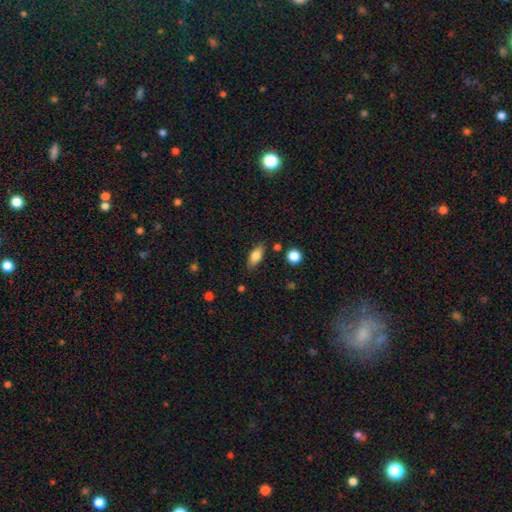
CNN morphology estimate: A smooth galaxy with no disk features (73%) that is in between round and cigar-shaped (77%).

Vote fractions:
- Smooth or featured? smooth: 73% / featured or disk: 19% / star or artifact: 8%
- How rounded? in between: 77% / cigar-shaped: 19% / round: 4%
- Merging? none: 82% / minor disturbance: 13% / major disturbance: 3% / merger: 3%